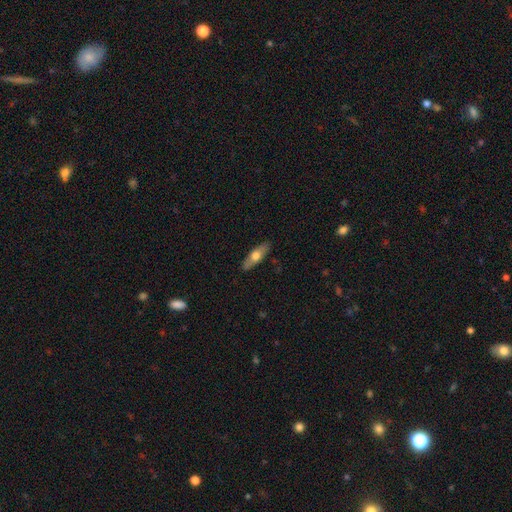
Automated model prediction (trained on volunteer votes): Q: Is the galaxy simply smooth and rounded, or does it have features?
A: smooth — 56%.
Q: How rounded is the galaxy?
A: in between — 53%.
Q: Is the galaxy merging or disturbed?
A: none — 87%.